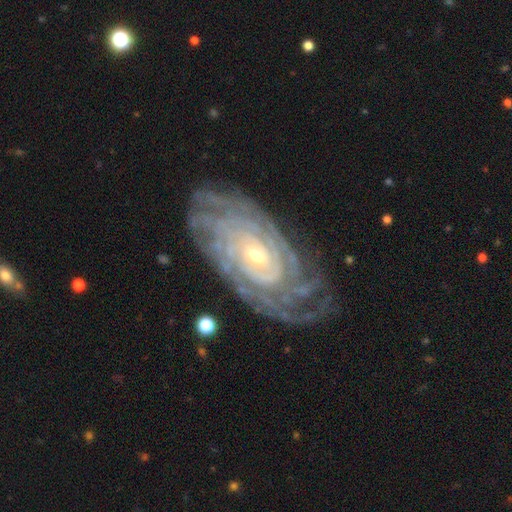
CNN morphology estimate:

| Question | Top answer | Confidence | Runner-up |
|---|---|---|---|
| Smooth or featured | featured or disk | 90% | smooth (5%) |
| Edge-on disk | no | 94% | yes (6%) |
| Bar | no | 66% | weak (24%) |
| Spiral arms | yes | 97% | no (3%) |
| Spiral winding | tight | 85% | medium (12%) |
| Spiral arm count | can't tell | 33% | more than 4 (24%) |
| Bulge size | small | 65% | moderate (32%) |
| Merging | none | 76% | minor disturbance (16%) |